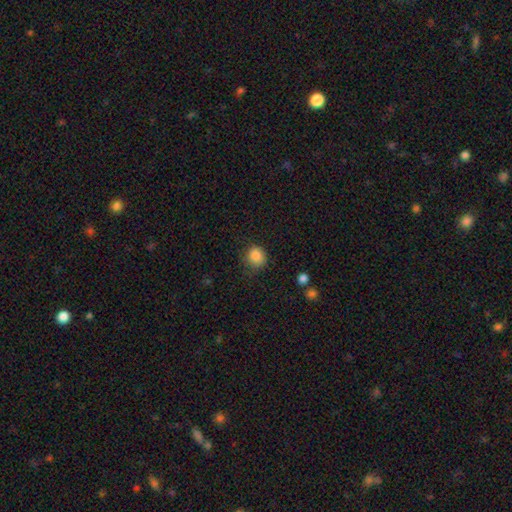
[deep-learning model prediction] smooth-or-featured: smooth: 85% | star or artifact: 10% | featured or disk: 4%
  how-rounded: round: 80% | in between: 19% | cigar-shaped: 1%
  merging: none: 72% | minor disturbance: 20% | major disturbance: 6% | merger: 2%